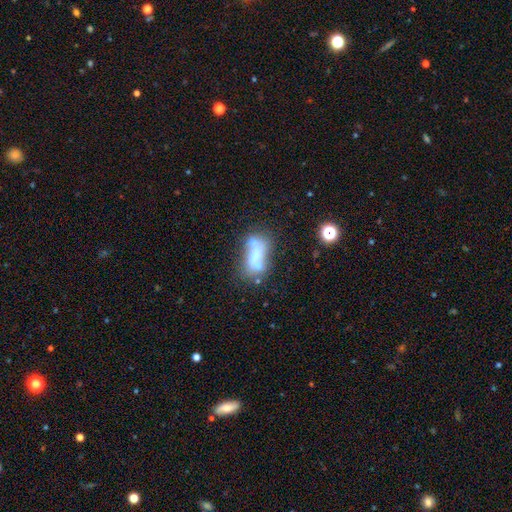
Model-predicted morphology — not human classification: Overall: featured or disk (47%; smooth 41%). Merging: merger (43%; none 26%).